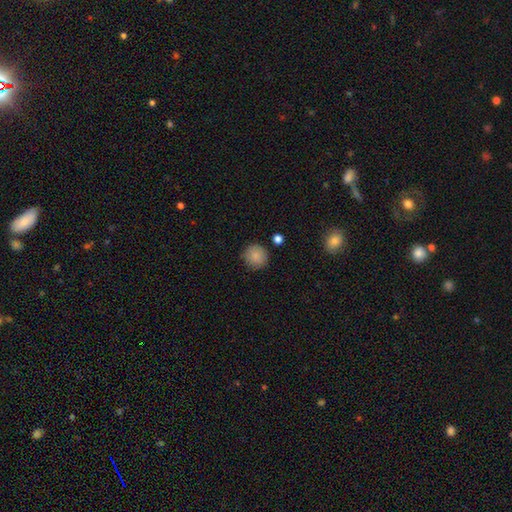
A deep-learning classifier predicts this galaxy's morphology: This is clearly a smooth galaxy (86%). How rounded: clearly round (94%). Merging: clearly none (87%).